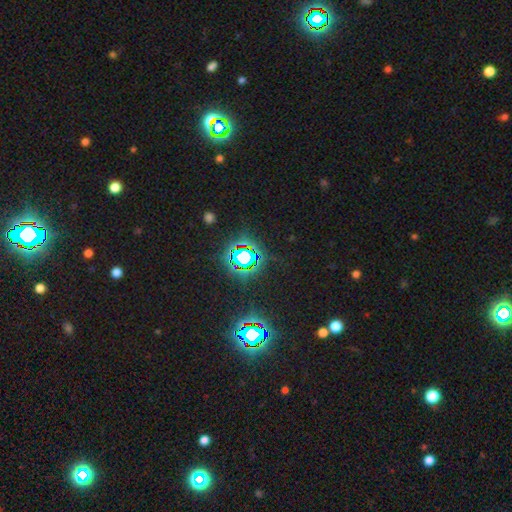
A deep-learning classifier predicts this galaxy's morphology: A star or artifact, not a galaxy (79%).

Vote fractions:
- Smooth or featured? star or artifact: 79% / smooth: 14% / featured or disk: 7%